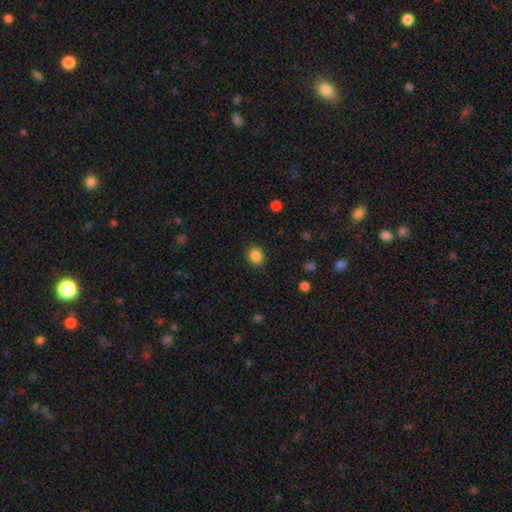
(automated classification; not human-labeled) A smooth galaxy with no disk features (86%) that is round (63%).

Vote fractions:
- Smooth or featured? smooth: 86% / star or artifact: 10% / featured or disk: 4%
- How rounded? round: 63% / in between: 37% / cigar-shaped: 1%
- Merging? none: 88% / minor disturbance: 8% / major disturbance: 3% / merger: 1%